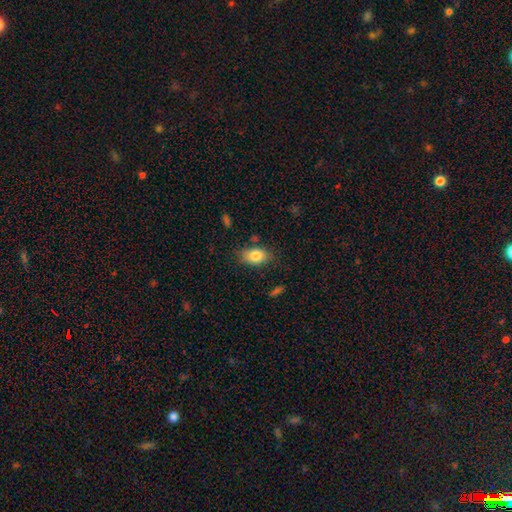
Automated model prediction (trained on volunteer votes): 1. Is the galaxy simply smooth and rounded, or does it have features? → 82% smooth, 10% featured or disk, 8% star or artifact.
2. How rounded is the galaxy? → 85% in between, 13% round, 2% cigar-shaped.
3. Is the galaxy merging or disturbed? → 76% none, 17% minor disturbance, 4% major disturbance, 3% merger.